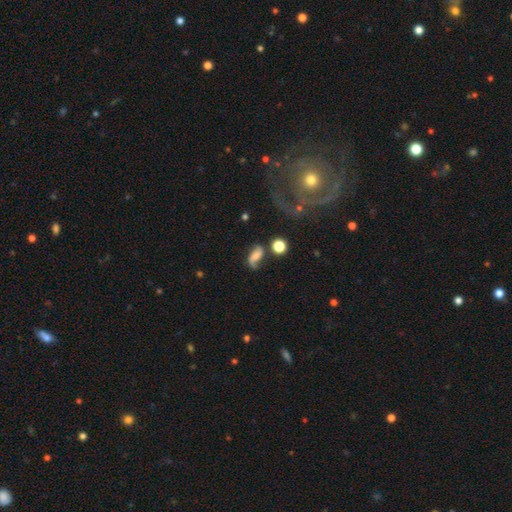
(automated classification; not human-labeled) Q: Smooth or featured?
A: featured or disk (54%); runner-up: smooth (34%)
Q: Edge-on disk?
A: no (95%); runner-up: yes (5%)
Q: Bar?
A: no (51%); runner-up: weak (35%)
Q: Spiral arms?
A: yes (89%); runner-up: no (11%)
Q: Bulge size?
A: small (37%); runner-up: none (27%)
Q: Merging?
A: none (53%); runner-up: minor disturbance (24%)